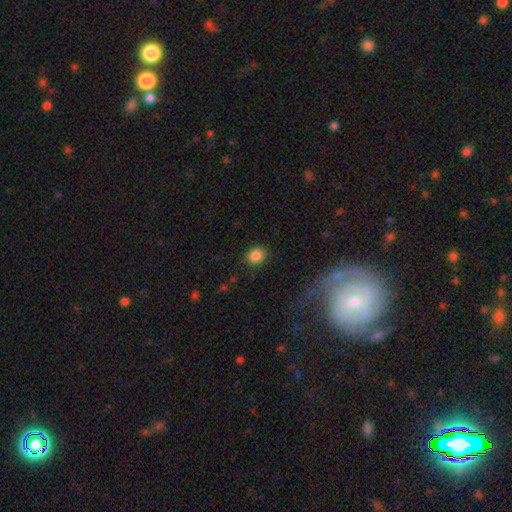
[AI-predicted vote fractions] Smooth or featured?
  - smooth: 86% *
  - star or artifact: 10%
  - featured or disk: 5%
How rounded?
  - round: 57% *
  - in between: 42%
  - cigar-shaped: 1%
Merging?
  - none: 86% *
  - minor disturbance: 10%
  - major disturbance: 3%
  - merger: 1%